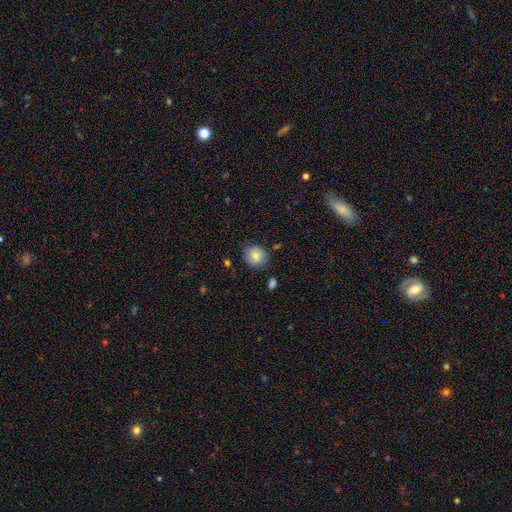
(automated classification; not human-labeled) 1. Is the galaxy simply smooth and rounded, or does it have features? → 82% smooth, 9% featured or disk, 8% star or artifact.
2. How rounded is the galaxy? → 77% round, 22% in between, 1% cigar-shaped.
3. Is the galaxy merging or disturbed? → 78% none, 16% minor disturbance, 4% major disturbance, 2% merger.